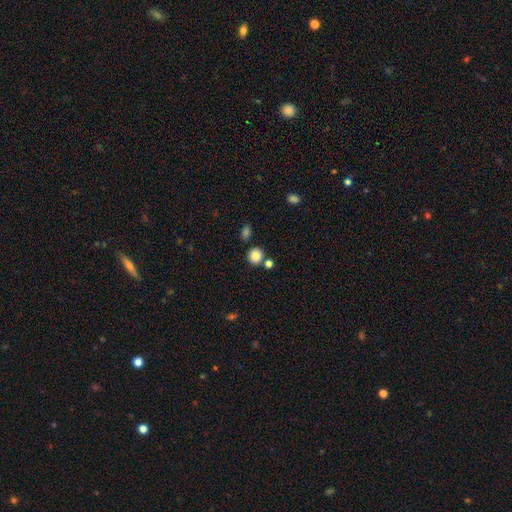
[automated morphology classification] Smooth or featured? Predicted: smooth (p=0.84). How rounded? Predicted: round (p=0.87). Merging? Predicted: none (p=0.76).